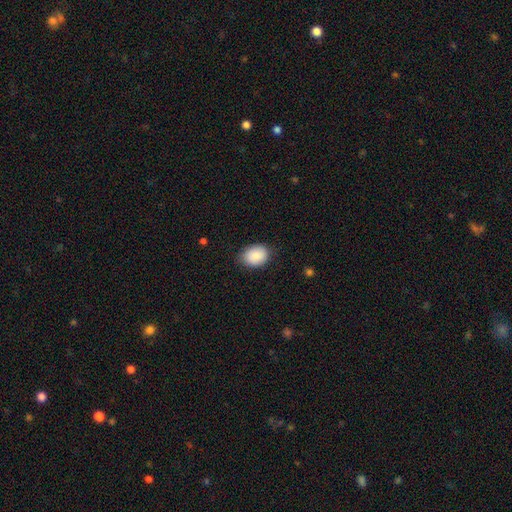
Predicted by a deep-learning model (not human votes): A smooth galaxy with no disk features (88%) that is in between round and cigar-shaped (61%).

Vote fractions:
- Smooth or featured? smooth: 88% / star or artifact: 7% / featured or disk: 5%
- How rounded? in between: 61% / round: 38% / cigar-shaped: 1%
- Merging? none: 81% / minor disturbance: 15% / major disturbance: 3% / merger: 1%